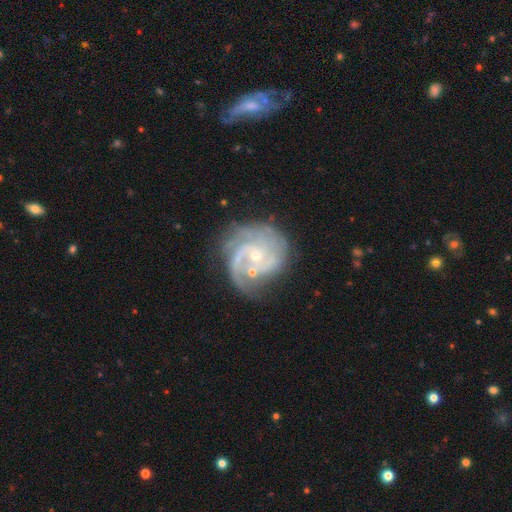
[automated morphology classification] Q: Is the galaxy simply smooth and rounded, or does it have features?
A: featured or disk — 86%.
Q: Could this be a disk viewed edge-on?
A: no — 98%.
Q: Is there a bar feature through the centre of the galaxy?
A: no — 67%.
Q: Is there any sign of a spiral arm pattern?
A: yes — 96%.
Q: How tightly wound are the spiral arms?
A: tight — 45%.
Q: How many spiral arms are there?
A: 2 — 30%.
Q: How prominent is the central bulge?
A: small — 79%.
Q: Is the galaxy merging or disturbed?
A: none — 53%.